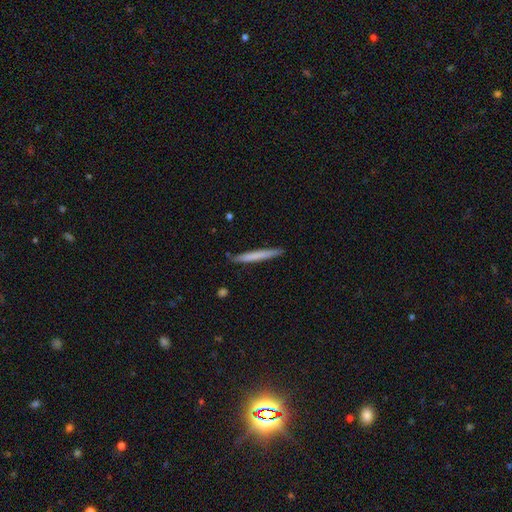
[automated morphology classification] Overall: smooth (67%; featured or disk 28%). How rounded: cigar-shaped (97%). Merging: none (89%).